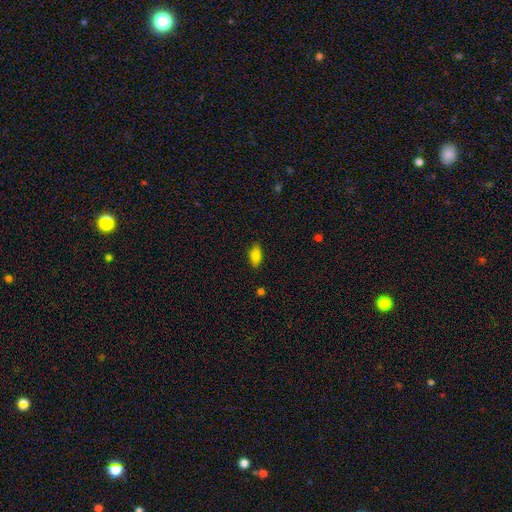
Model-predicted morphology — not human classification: Smooth or featured? smooth (85%)
How rounded? in between (90%)
Merging? none (84%)